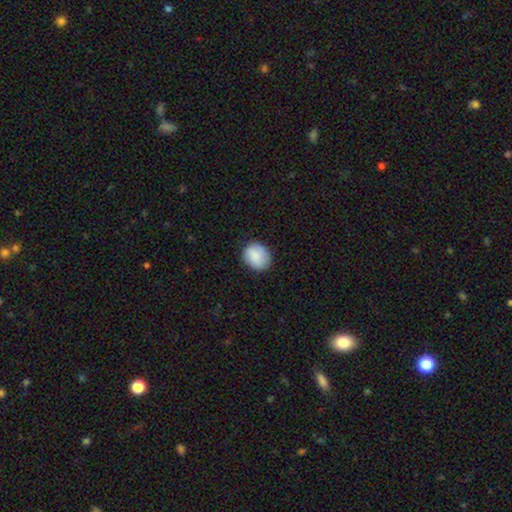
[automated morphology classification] A smooth galaxy with no disk features (85%) that is round (63%). Merging: none (82%).